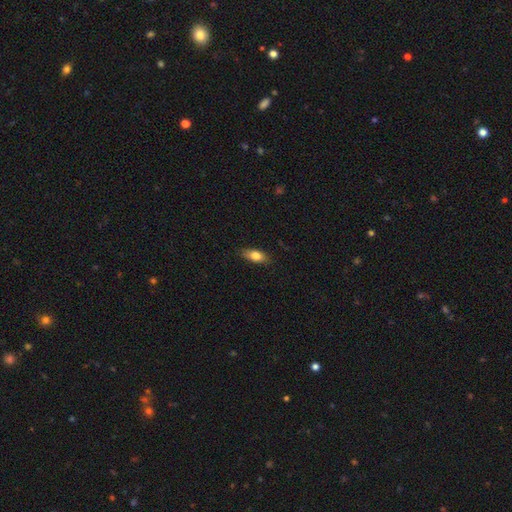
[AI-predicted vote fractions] A smooth galaxy with no disk features (78%) that is in between round and cigar-shaped (80%). Merging: none (83%).